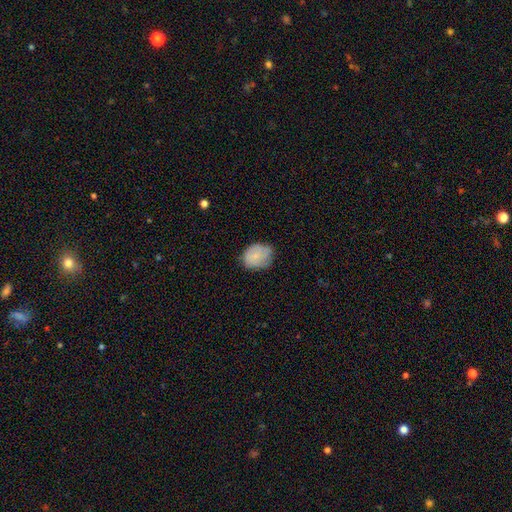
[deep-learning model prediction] smooth_or_featured: smooth (p=0.71) [alt: featured or disk p=0.22]
how_rounded: round (p=0.52) [alt: in between p=0.47]
merging: none (p=0.61) [alt: minor disturbance p=0.30]